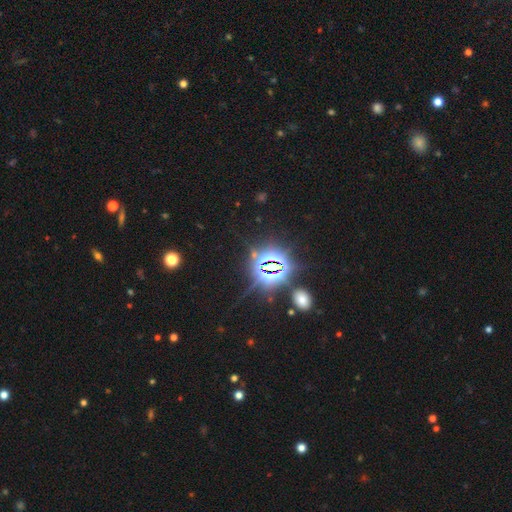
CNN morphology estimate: Q: Smooth or featured?
A: star or artifact (84%); runner-up: smooth (9%)